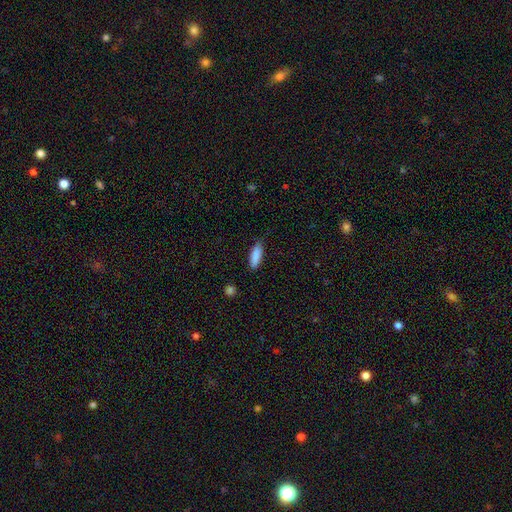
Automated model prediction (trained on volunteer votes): Smooth or featured? smooth (88%)
How rounded? in between (56%)
Merging? none (82%)